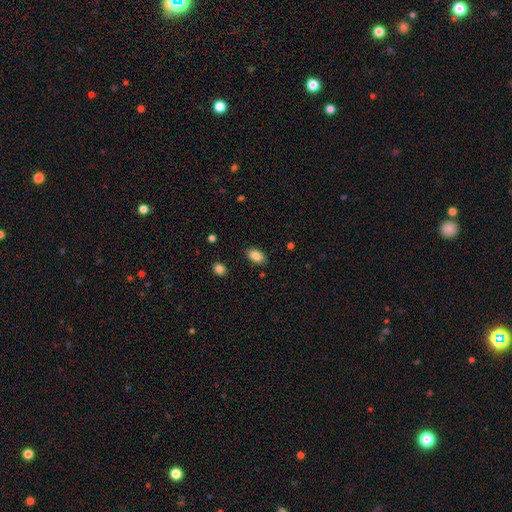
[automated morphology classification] This is clearly a smooth galaxy (86%). How rounded: clearly in between (91%). Merging: clearly none (86%).